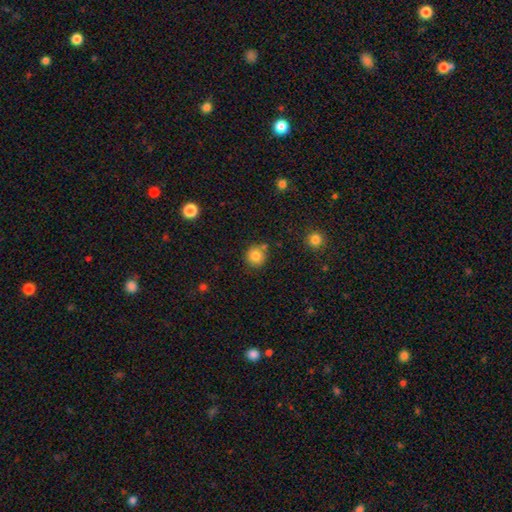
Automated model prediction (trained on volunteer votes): smooth_or_featured: smooth (p=0.83) [alt: star or artifact p=0.11]
how_rounded: round (p=0.91) [alt: in between p=0.08]
merging: none (p=0.74) [alt: minor disturbance p=0.13]